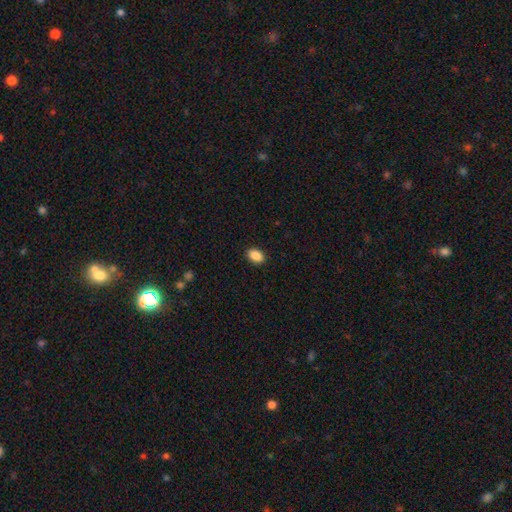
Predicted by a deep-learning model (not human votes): Morphology: type=smooth (89%); roundness=in between (86%); merging=none (90%).